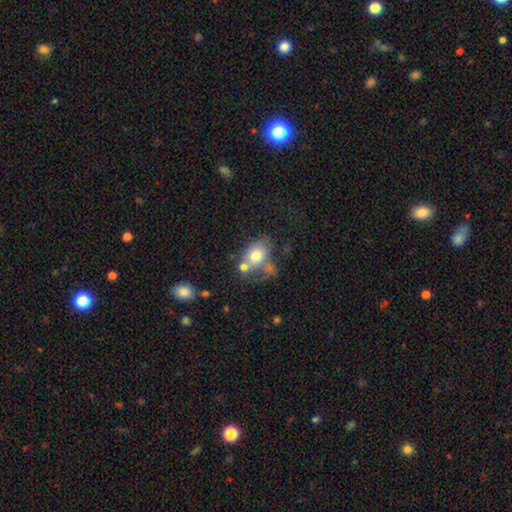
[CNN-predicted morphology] Overall: smooth (69%). How rounded: in between (62%; round 36%). Merging: none (38%; merger 31%).